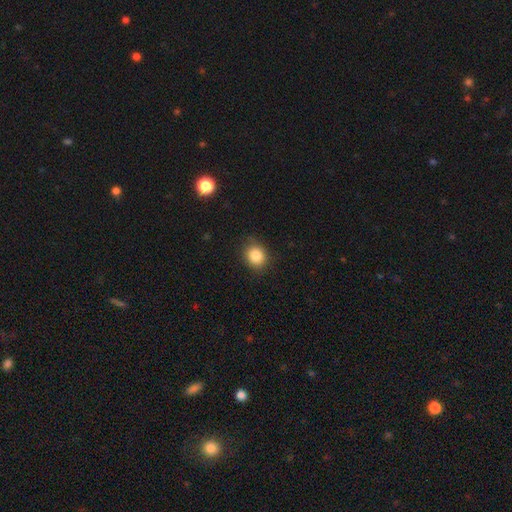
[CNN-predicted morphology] smooth 85%, star or artifact 10%, featured or disk 5%. Down the decision tree: how rounded — round (70%); merging — none (84%).